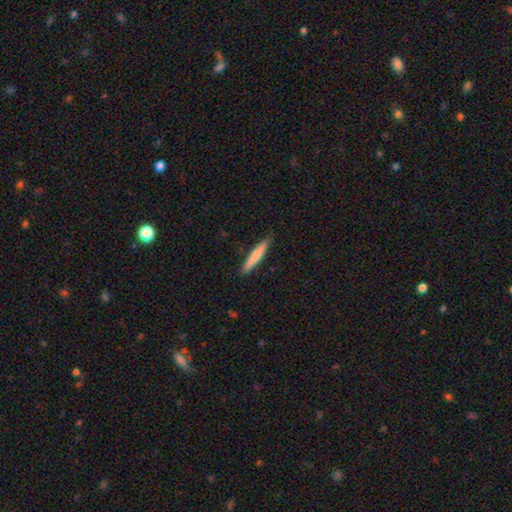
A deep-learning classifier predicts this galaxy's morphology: The model was most divided on "smooth or featured": smooth: 71%, featured or disk: 23%, star or artifact: 5%. More confident: how rounded — cigar-shaped (93%); merging — none (88%).